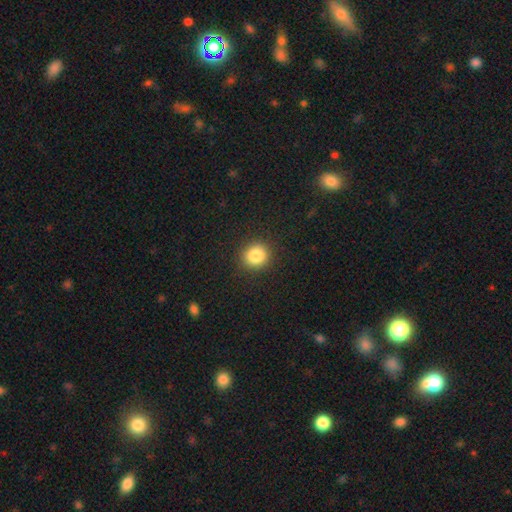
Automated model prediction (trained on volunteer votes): Smooth or featured: smooth — 84% (star or artifact — 10%)
How rounded: round — 88% (in between — 11%)
Merging: none — 91% (minor disturbance — 6%)